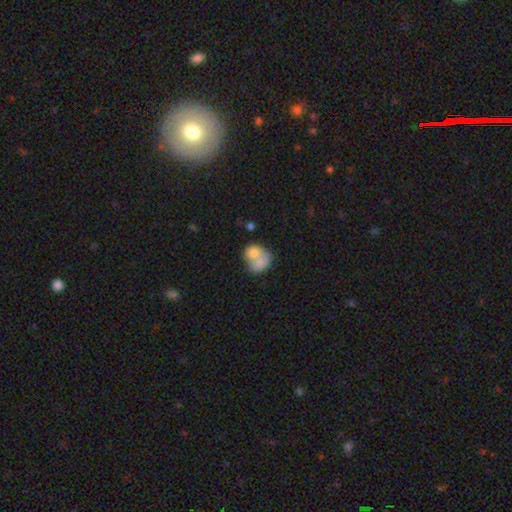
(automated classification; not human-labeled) Smooth or featured?
  - smooth: 74% *
  - featured or disk: 18%
  - star or artifact: 7%
How rounded?
  - round: 59% *
  - in between: 40%
  - cigar-shaped: 1%
Merging?
  - merger: 62% *
  - none: 22%
  - minor disturbance: 9%
  - major disturbance: 6%